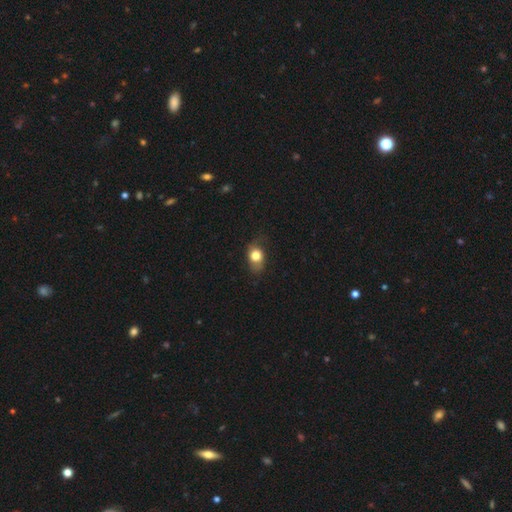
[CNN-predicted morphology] smooth 76%, featured or disk 14%, star or artifact 9%. Down the decision tree: how rounded — in between (60%); merging — none (58%).